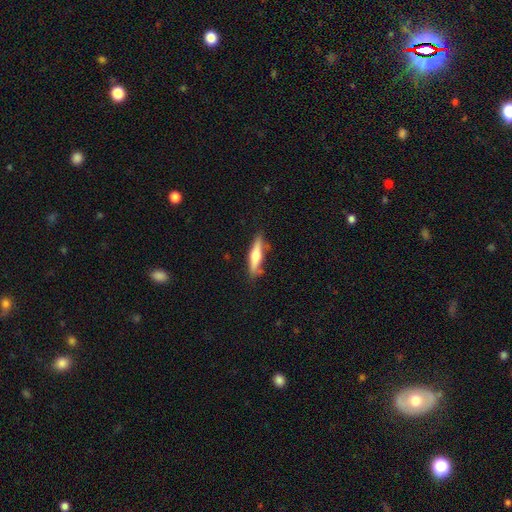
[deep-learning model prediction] Smooth or featured? smooth (51%)
How rounded? cigar-shaped (81%)
Merging? none (80%)